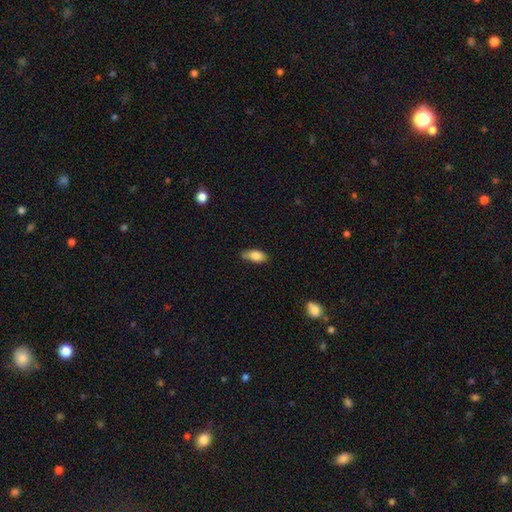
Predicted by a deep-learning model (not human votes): Smooth or featured? Predicted: smooth (p=0.84). How rounded? Predicted: in between (p=0.85). Merging? Predicted: none (p=0.72).